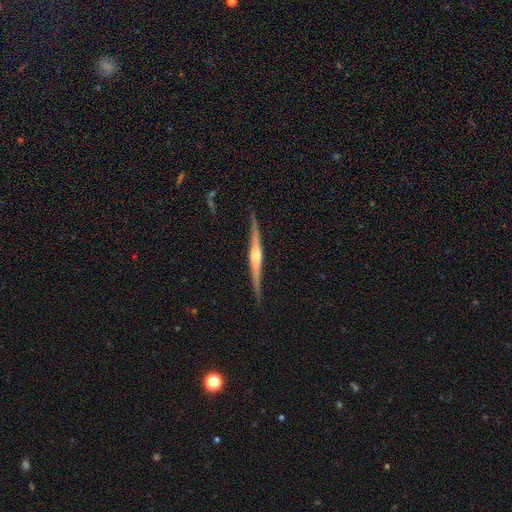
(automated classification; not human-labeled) The model was most divided on "smooth or featured": featured or disk: 79%, smooth: 16%, star or artifact: 5%. More confident: edge-on disk — yes (98%); merging — none (87%); edge-on bulge — rounded (83%).